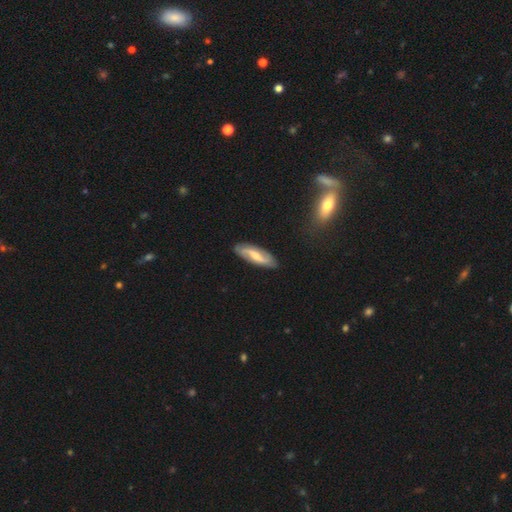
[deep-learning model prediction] Smooth or featured? featured or disk (68%)
Edge-on disk? no (86%)
Bar? weak (46%)
Spiral arms? yes (89%)
Spiral winding? loose (49%)
Spiral arm count? 2 (87%)
Bulge size? moderate (47%)
Merging? none (85%)